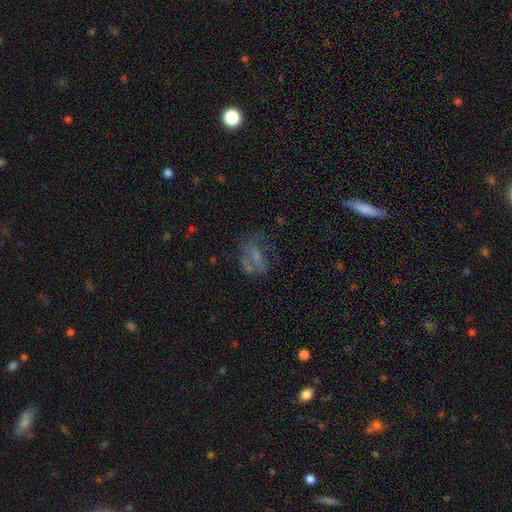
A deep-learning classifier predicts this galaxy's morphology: The model was most divided on "merging" (2-way tie): major disturbance: 36%, none: 36%, minor disturbance: 19%, merger: 8%. Remaining: smooth or featured — featured or disk (42%).